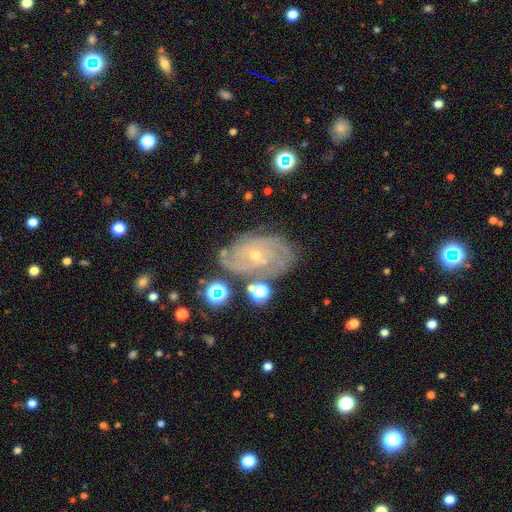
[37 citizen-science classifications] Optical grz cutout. It shows a featured or disk galaxy (84%) with no bar (87%), tight (61%) spiral arms (93%) and a small central bulge (83%). Merging: none (63%).